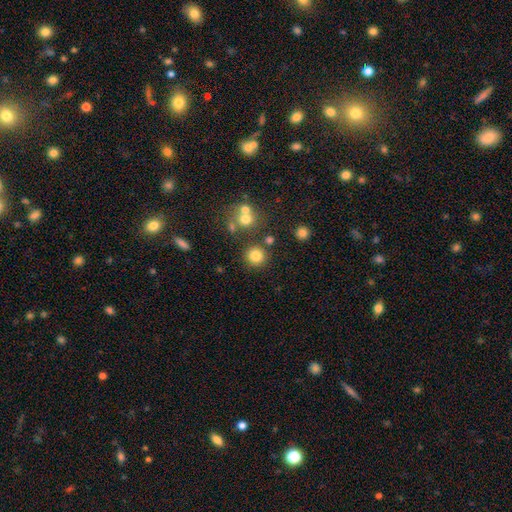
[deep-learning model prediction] smooth-or-featured: smooth: 80% | star or artifact: 13% | featured or disk: 7%
  how-rounded: round: 93% | in between: 6% | cigar-shaped: 1%
  merging: none: 81% | minor disturbance: 8% | merger: 8% | major disturbance: 4%